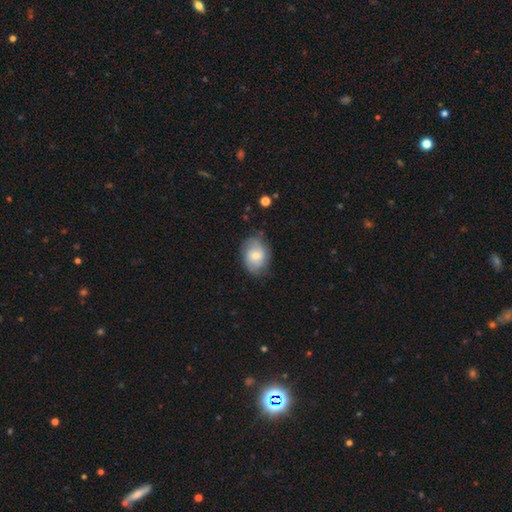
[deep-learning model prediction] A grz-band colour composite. It shows a smooth galaxy with no disk features (56%) that is in between round and cigar-shaped (67%). Merging: none (69%).